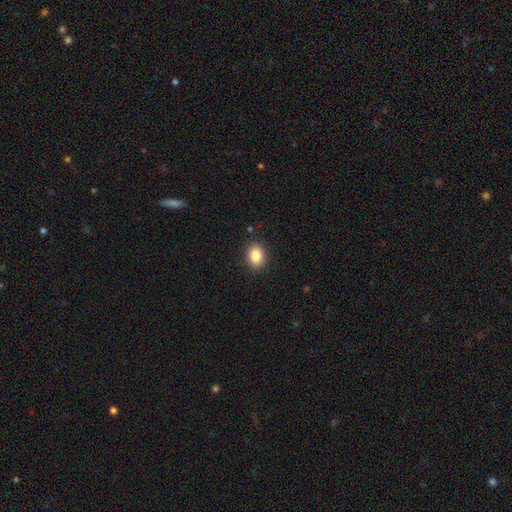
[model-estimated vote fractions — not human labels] Morphology: type=smooth (85%); roundness=in between (62%); merging=none (89%).